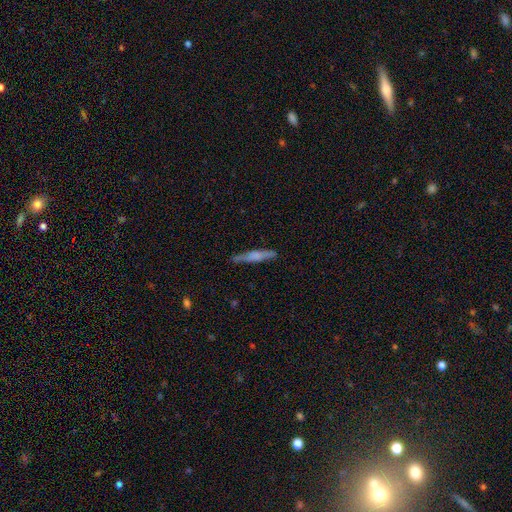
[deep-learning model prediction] smooth_or_featured: smooth (p=0.48) [alt: featured or disk p=0.45]
merging: none (p=0.84) [alt: minor disturbance p=0.12]